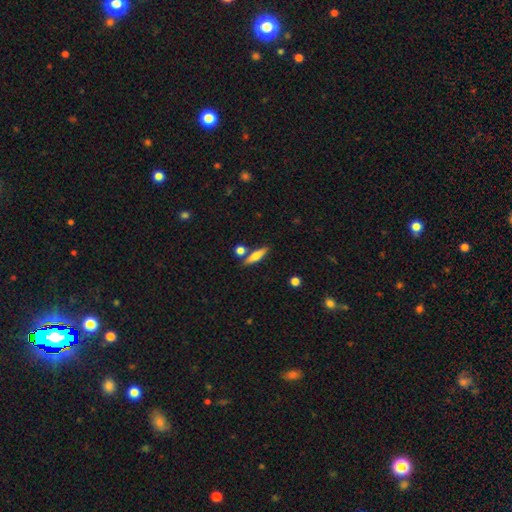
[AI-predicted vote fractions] Q: Smooth or featured?
A: smooth (61%); runner-up: featured or disk (32%)
Q: How rounded?
A: cigar-shaped (69%); runner-up: in between (28%)
Q: Merging?
A: none (77%); runner-up: merger (11%)